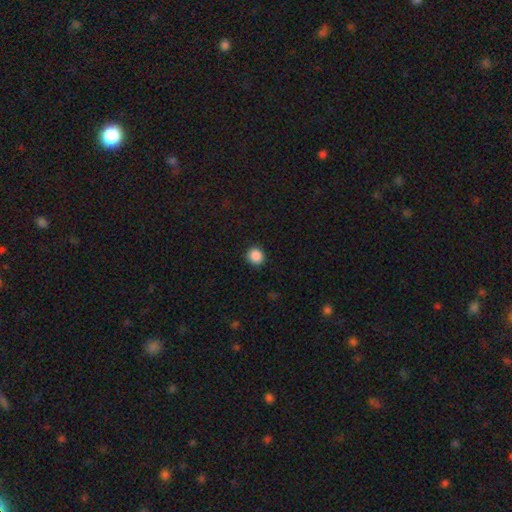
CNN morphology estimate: Q: Smooth or featured?
A: smooth (88%); runner-up: star or artifact (9%)
Q: How rounded?
A: round (84%); runner-up: in between (16%)
Q: Merging?
A: none (91%); runner-up: minor disturbance (6%)